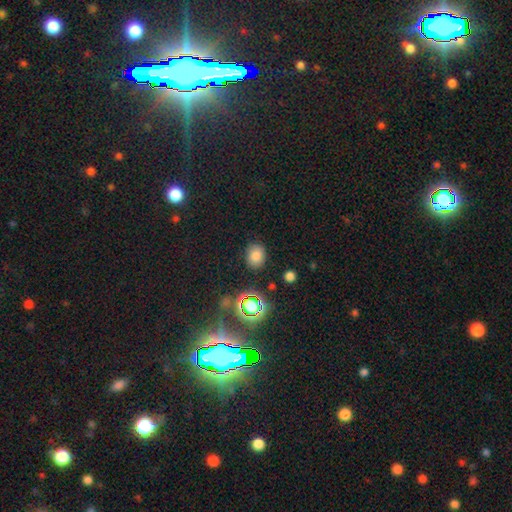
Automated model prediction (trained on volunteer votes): A smooth galaxy with no disk features (77%) that is in between round and cigar-shaped (53%). Merging: none (82%).